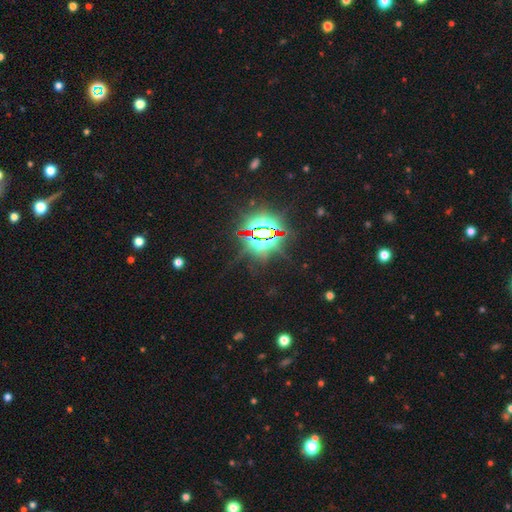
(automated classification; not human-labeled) smooth-or-featured: star or artifact: 86% | smooth: 8% | featured or disk: 6%